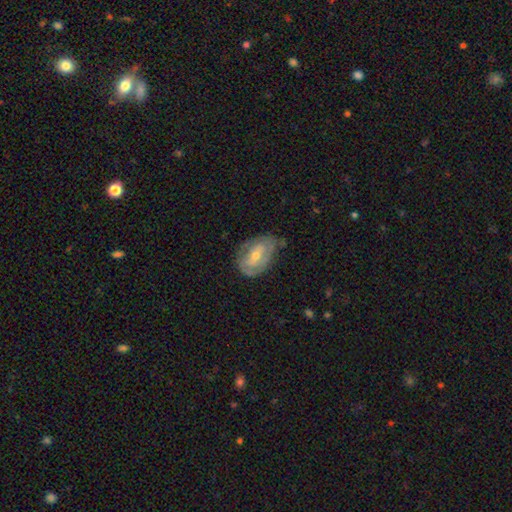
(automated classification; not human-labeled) Smooth or featured: featured or disk — 66% (smooth — 27%)
Edge-on disk: no — 94% (yes — 6%)
Bar: weak — 42% (no — 41%)
Spiral arms: yes — 68% (no — 32%)
Bulge size: moderate — 50% (small — 46%)
Merging: none — 61% (minor disturbance — 28%)